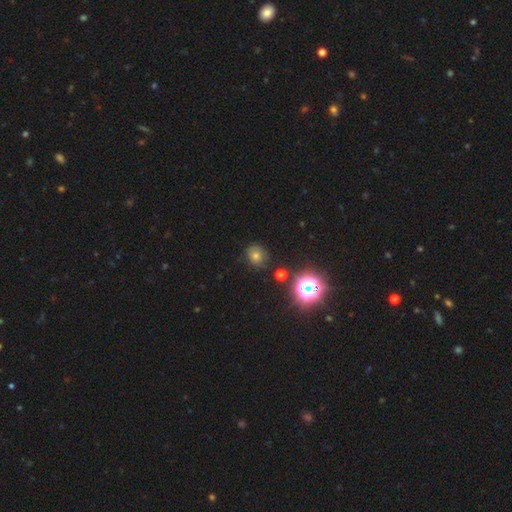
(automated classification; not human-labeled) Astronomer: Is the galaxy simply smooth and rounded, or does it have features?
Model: smooth — 65%.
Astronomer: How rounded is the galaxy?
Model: round — 75%.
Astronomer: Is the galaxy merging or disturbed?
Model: none — 82%.